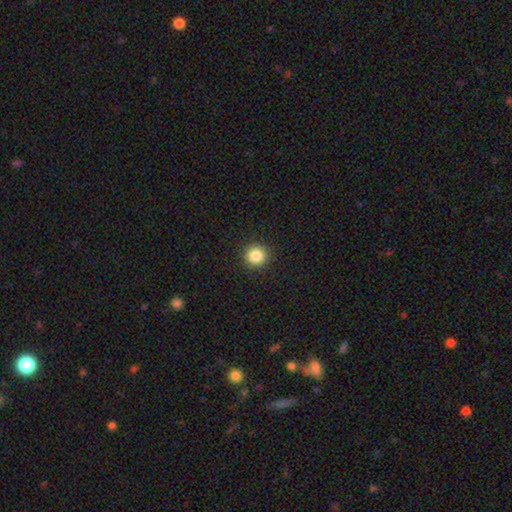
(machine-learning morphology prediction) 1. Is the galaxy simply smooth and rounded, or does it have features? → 85% smooth, 11% star or artifact, 4% featured or disk.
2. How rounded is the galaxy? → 94% round, 5% in between, 1% cigar-shaped.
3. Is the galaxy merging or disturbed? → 92% none, 5% minor disturbance, 2% major disturbance, 1% merger.